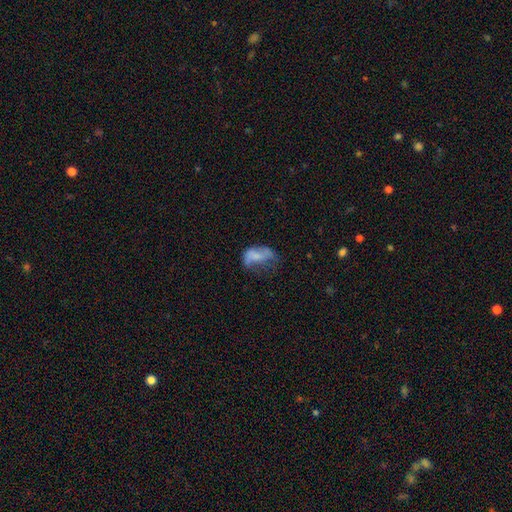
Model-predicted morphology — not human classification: type=smooth (47%); merging=major disturbance (39%).